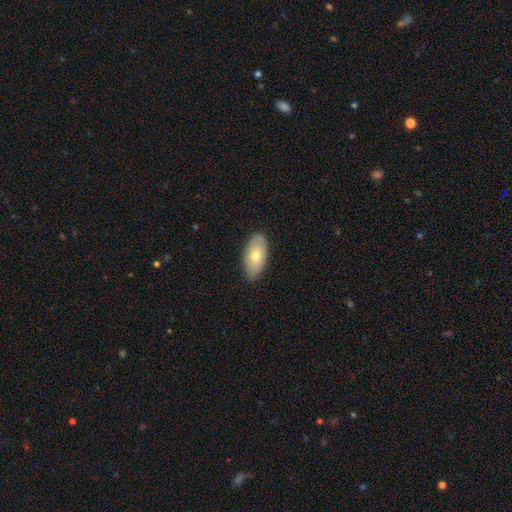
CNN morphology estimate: Q: Smooth or featured?
A: smooth (68%); runner-up: featured or disk (25%)
Q: How rounded?
A: in between (93%); runner-up: cigar-shaped (4%)
Q: Merging?
A: none (85%); runner-up: minor disturbance (12%)